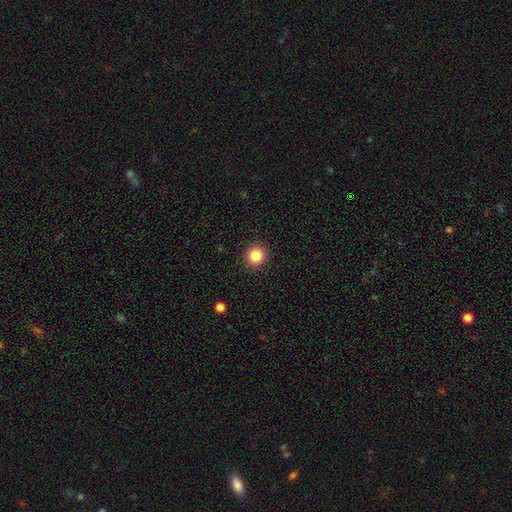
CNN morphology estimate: Smooth or featured: smooth — 85% (star or artifact — 11%)
How rounded: round — 94% (in between — 5%)
Merging: none — 92% (minor disturbance — 5%)